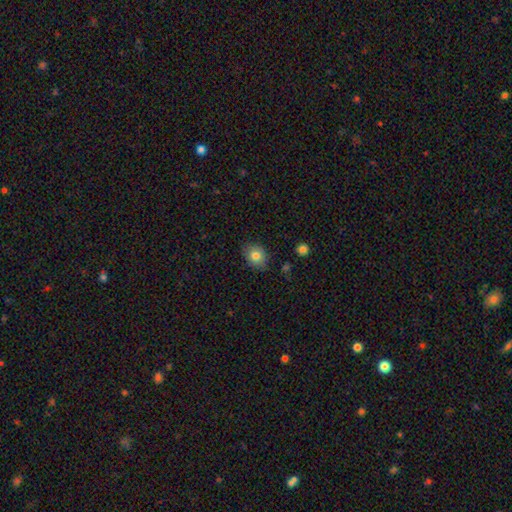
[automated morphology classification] smooth 81%, featured or disk 10%, star or artifact 10%. Down the decision tree: how rounded — round (51%); merging — none (84%).